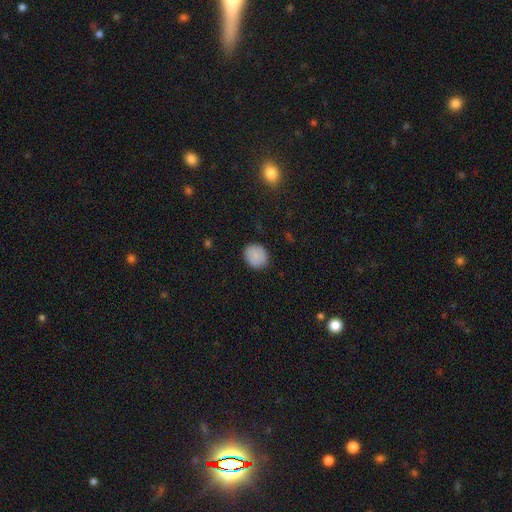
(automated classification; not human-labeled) smooth-or-featured: smooth: 85% | star or artifact: 8% | featured or disk: 6%
  how-rounded: round: 69% | in between: 30% | cigar-shaped: 1%
  merging: none: 86% | minor disturbance: 10% | major disturbance: 2% | merger: 1%